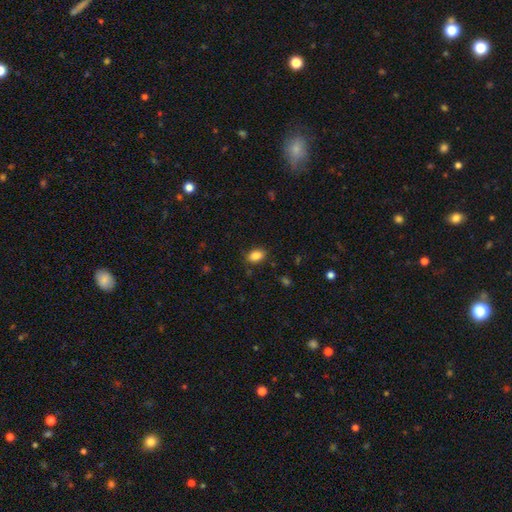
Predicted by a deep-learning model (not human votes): Overall: smooth (87%). How rounded: in between (85%). Merging: none (84%).